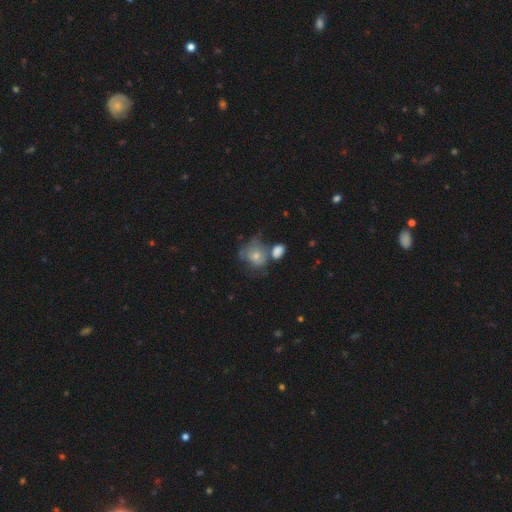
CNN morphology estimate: Overall: smooth (61%; featured or disk 29%). How rounded: round (59%; in between 40%). Merging: merger (30%; none 29%).